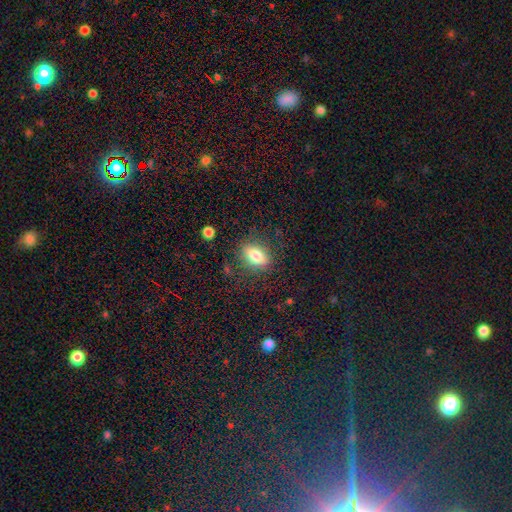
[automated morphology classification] type=smooth (78%); roundness=in between (82%); merging=none (81%).